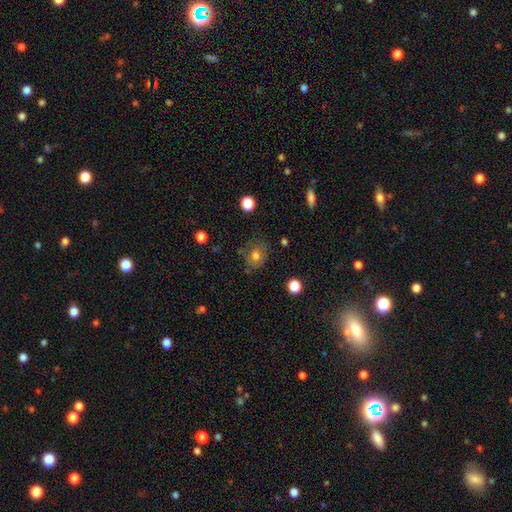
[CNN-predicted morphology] Smooth or featured? smooth (75%)
How rounded? round (57%)
Merging? none (72%)